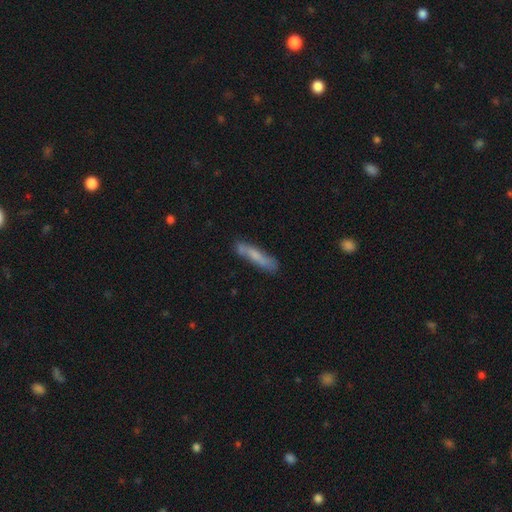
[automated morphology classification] smooth 59%, featured or disk 34%, star or artifact 7%. Down the decision tree: how rounded — cigar-shaped (89%); merging — none (75%).